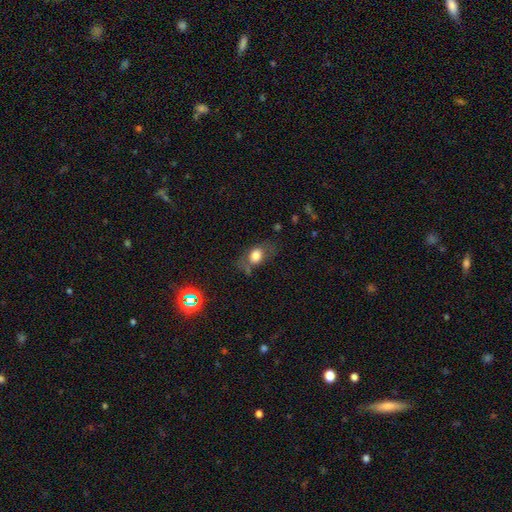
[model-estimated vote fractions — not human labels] This appears to be a smooth galaxy with no disk features (71%) that is in between round and cigar-shaped (74%). Merging: none (56%).